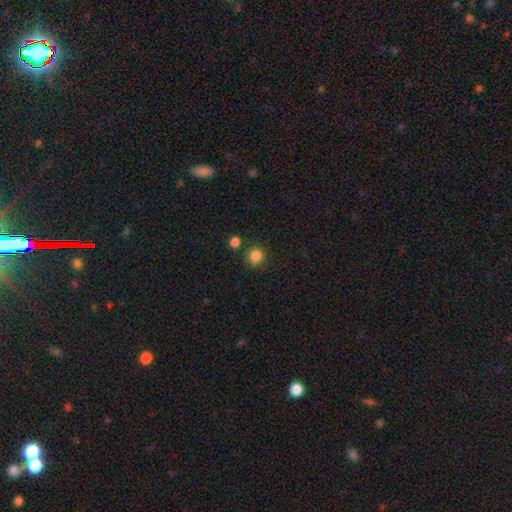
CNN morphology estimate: Smooth or featured?
  - smooth: 85% *
  - star or artifact: 11%
  - featured or disk: 4%
How rounded?
  - round: 87% *
  - in between: 12%
  - cigar-shaped: 1%
Merging?
  - none: 81% *
  - minor disturbance: 10%
  - merger: 7%
  - major disturbance: 3%